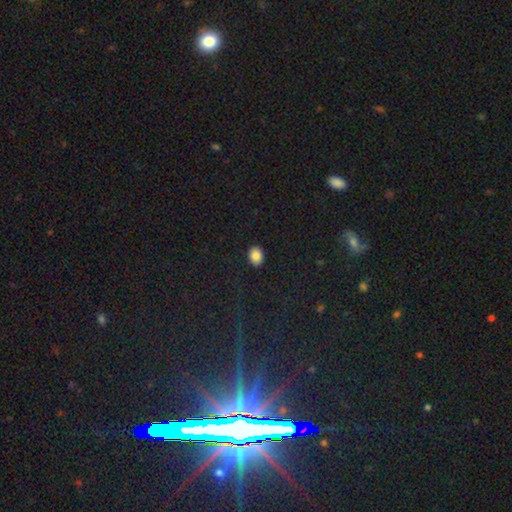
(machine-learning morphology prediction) A smooth galaxy with no disk features (86%) that is in between round and cigar-shaped (65%).

Vote fractions:
- Smooth or featured? smooth: 86% / star or artifact: 9% / featured or disk: 5%
- How rounded? in between: 65% / round: 34% / cigar-shaped: 1%
- Merging? none: 90% / minor disturbance: 7% / major disturbance: 2% / merger: 1%